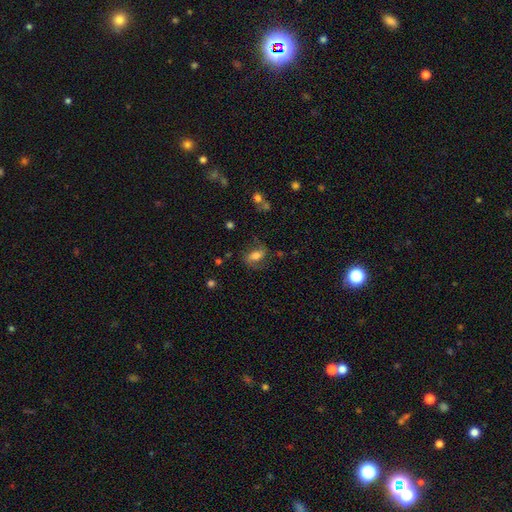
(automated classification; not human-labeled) Smooth or featured?
  - smooth: 54% *
  - featured or disk: 37%
  - star or artifact: 10%
How rounded?
  - in between: 79% *
  - round: 13%
  - cigar-shaped: 8%
Merging?
  - none: 66% *
  - minor disturbance: 20%
  - major disturbance: 12%
  - merger: 2%